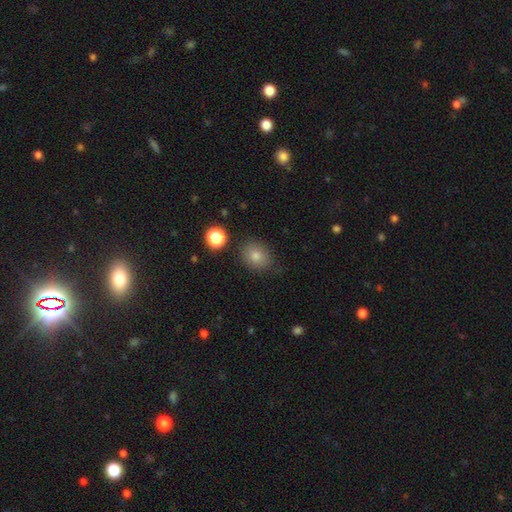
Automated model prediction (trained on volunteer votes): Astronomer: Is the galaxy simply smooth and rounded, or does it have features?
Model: smooth — 78%.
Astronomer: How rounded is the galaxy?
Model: round — 58% (runner-up: in between, 41%).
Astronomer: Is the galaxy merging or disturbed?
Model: none — 80%.